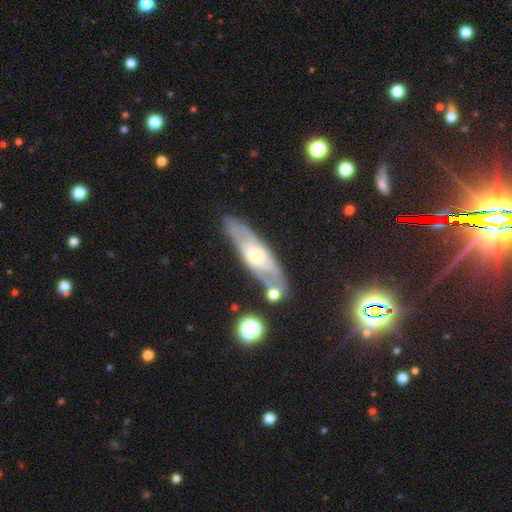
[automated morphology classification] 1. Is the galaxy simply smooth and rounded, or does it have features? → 69% featured or disk, 25% smooth, 6% star or artifact.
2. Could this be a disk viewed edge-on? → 61% no, 39% yes.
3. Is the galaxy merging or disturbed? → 66% none, 16% minor disturbance, 11% merger, 6% major disturbance.